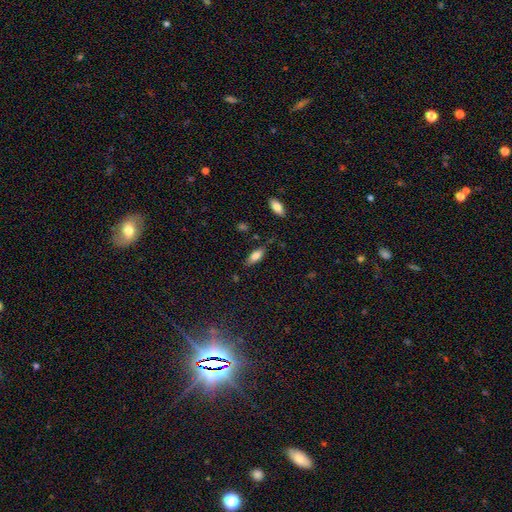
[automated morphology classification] type=smooth (81%); roundness=in between (81%); merging=none (76%).